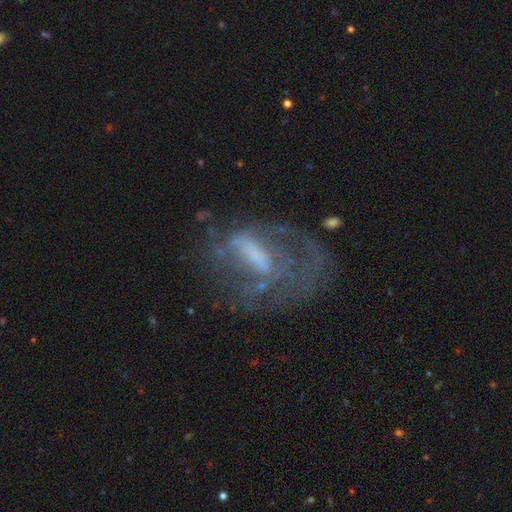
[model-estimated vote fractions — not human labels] A featured or disk galaxy (67%) with no bar (37%, tied with weak), no spiral arms (51%) and a moderate central bulge (32%). Merging: major disturbance (41%).